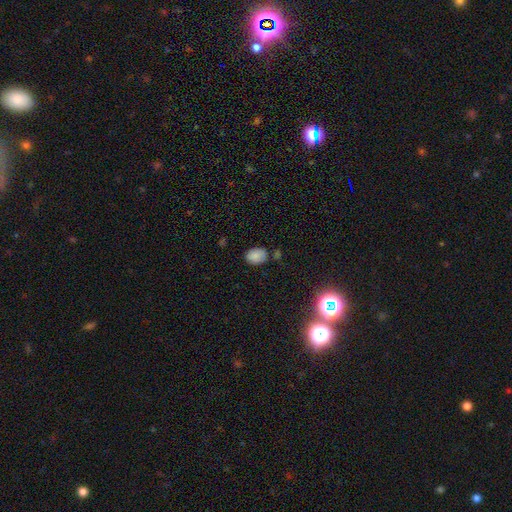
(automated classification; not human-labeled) A smooth galaxy with no disk features (83%) that is in between round and cigar-shaped (72%). Merging: none (72%).